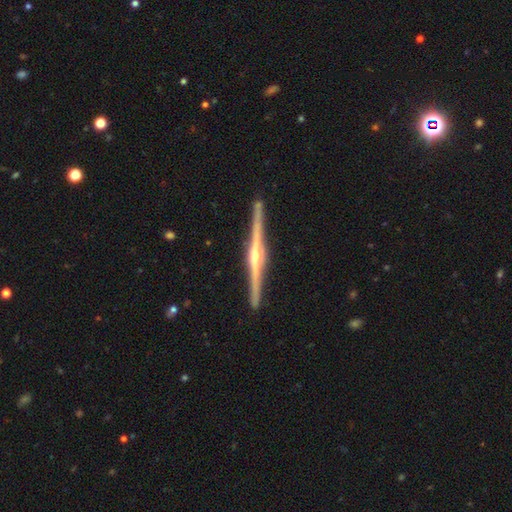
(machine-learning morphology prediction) smooth-or-featured: featured or disk: 90% | smooth: 6% | star or artifact: 4%
  disk-edge-on: yes: 99% | no: 1%
    edge-on-bulge: rounded: 83% | boxy: 10% | none: 7%
  merging: none: 92% | minor disturbance: 6% | major disturbance: 1% | merger: 1%